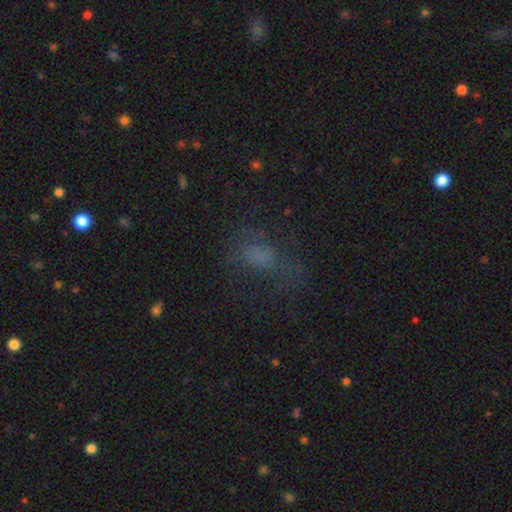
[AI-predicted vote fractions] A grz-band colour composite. It shows a smooth galaxy with no disk features (55%) that is in between round and cigar-shaped (78%). Merging: none (46%).